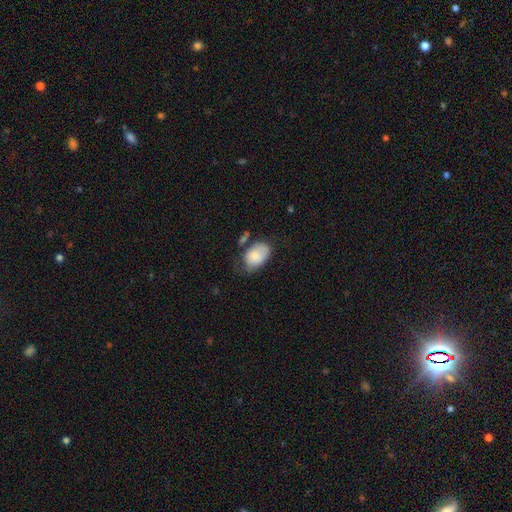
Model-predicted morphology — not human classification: smooth-or-featured: smooth: 80% | featured or disk: 13% | star or artifact: 7%
  how-rounded: in between: 88% | round: 11% | cigar-shaped: 1%
  merging: none: 41% | minor disturbance: 36% | major disturbance: 14% | merger: 9%